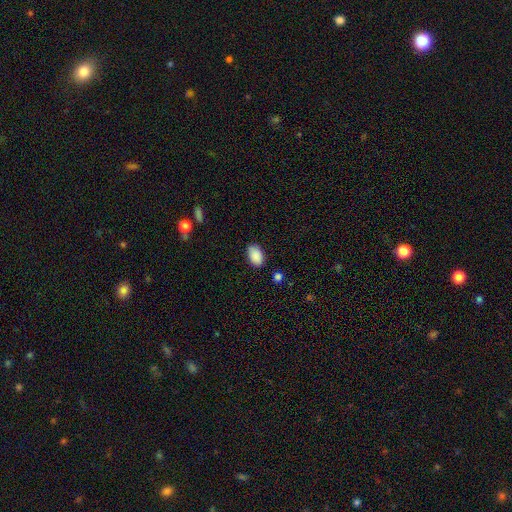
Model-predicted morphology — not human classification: Smooth or featured? smooth (90%)
How rounded? in between (92%)
Merging? none (84%)